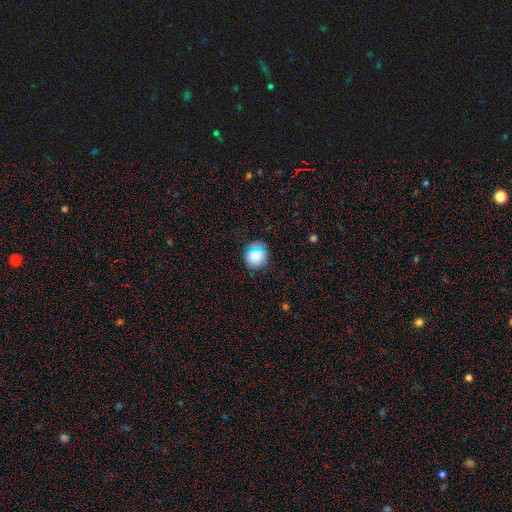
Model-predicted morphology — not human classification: smooth-or-featured: smooth: 78% | star or artifact: 15% | featured or disk: 7%
  how-rounded: round: 89% | in between: 10% | cigar-shaped: 1%
  merging: none: 84% | minor disturbance: 11% | major disturbance: 3% | merger: 2%